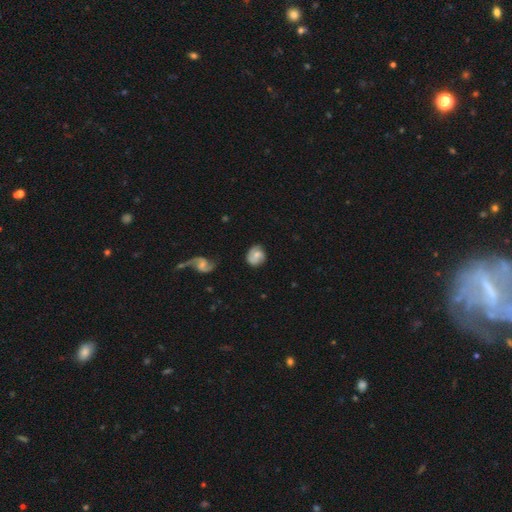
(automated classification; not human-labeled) Overall: featured or disk (49%; smooth 43%). Merging: none (71%).